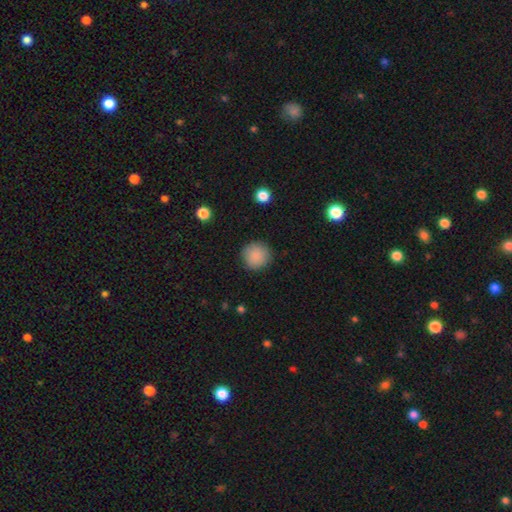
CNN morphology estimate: Smooth or featured? Predicted: smooth (p=0.88). How rounded? Predicted: round (p=0.94). Merging? Predicted: none (p=0.89).